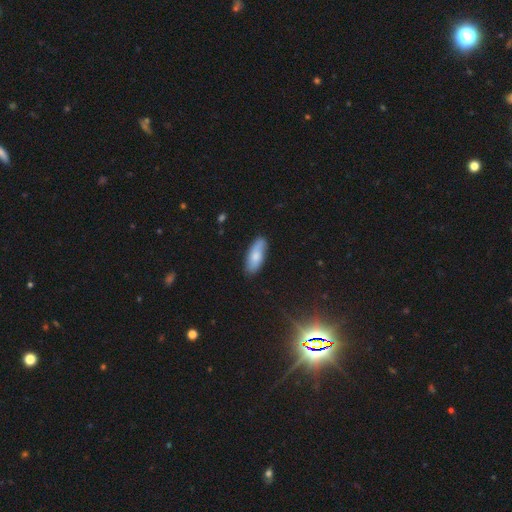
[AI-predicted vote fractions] Smooth or featured? smooth (76%)
How rounded? in between (74%)
Merging? none (82%)